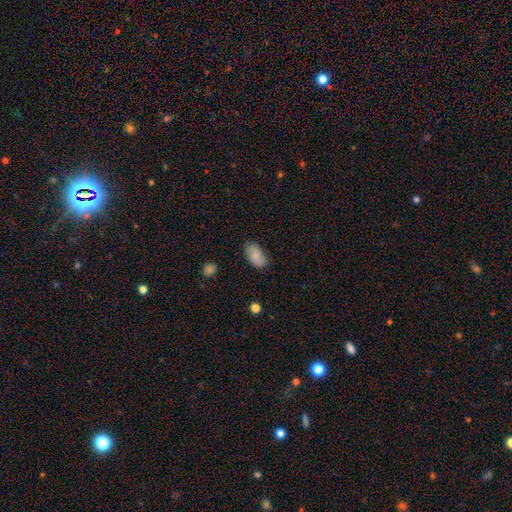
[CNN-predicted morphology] Smooth or featured? smooth (83%)
How rounded? in between (94%)
Merging? none (80%)